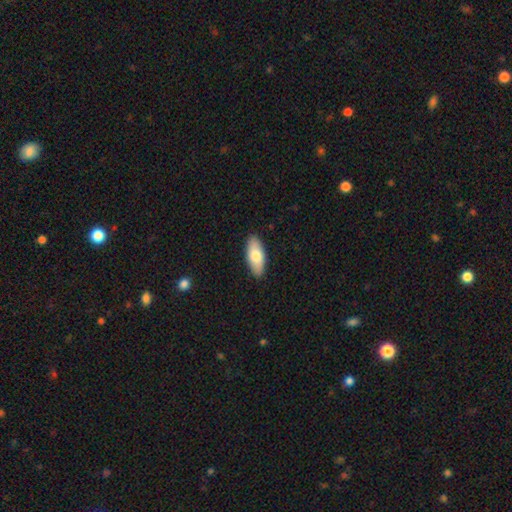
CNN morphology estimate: Smooth or featured?
  - smooth: 76% *
  - featured or disk: 19%
  - star or artifact: 5%
How rounded?
  - in between: 84% *
  - cigar-shaped: 14%
  - round: 2%
Merging?
  - none: 89% *
  - minor disturbance: 8%
  - major disturbance: 2%
  - merger: 1%